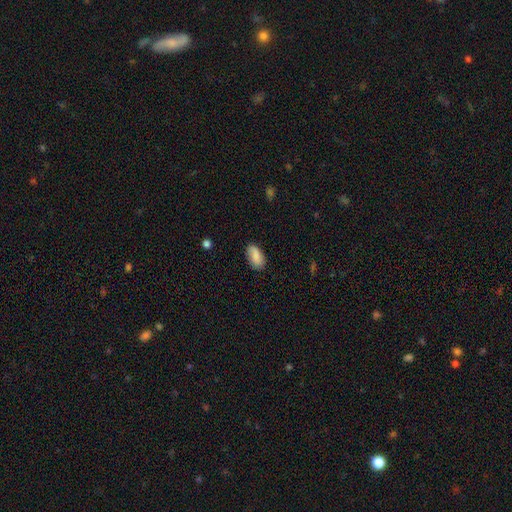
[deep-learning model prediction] Smooth or featured? smooth (86%)
How rounded? in between (93%)
Merging? none (80%)